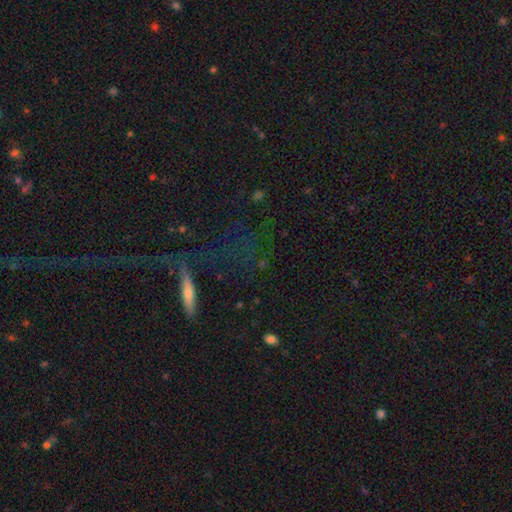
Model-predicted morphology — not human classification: Smooth or featured: star or artifact — 48% (smooth — 27%)